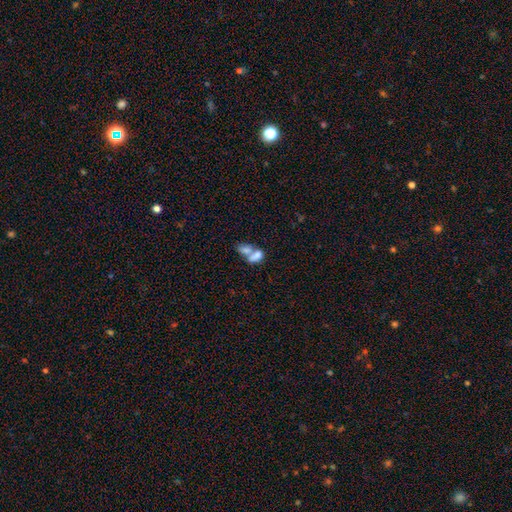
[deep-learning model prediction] This is likely a smooth galaxy (70%). How rounded: clearly in between (82%). Merging: likely merger (72%).